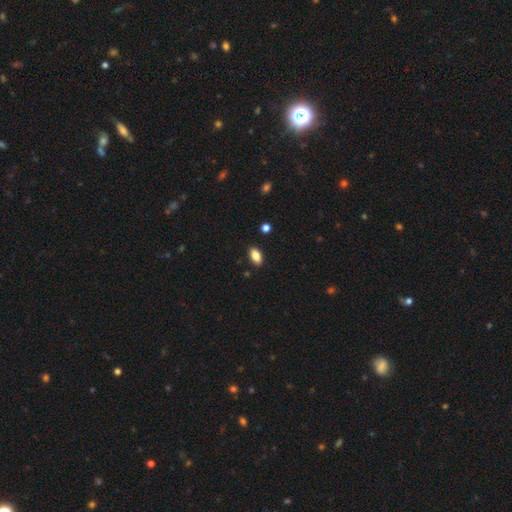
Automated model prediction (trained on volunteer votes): Morphology: type=smooth (85%); roundness=in between (91%); merging=none (88%).